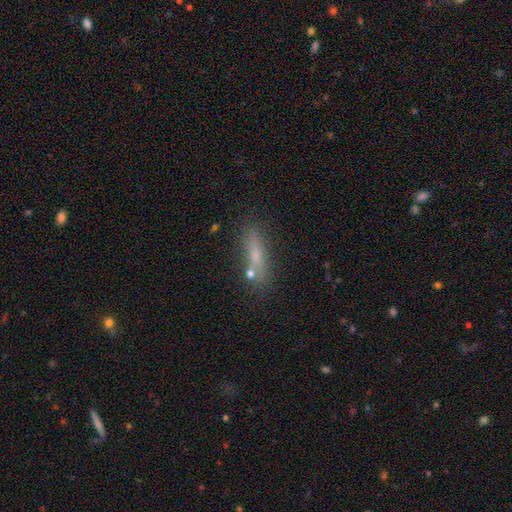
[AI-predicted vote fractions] This is possibly a smooth galaxy (58%). How rounded: likely cigar-shaped (73%). Merging: likely none (71%).